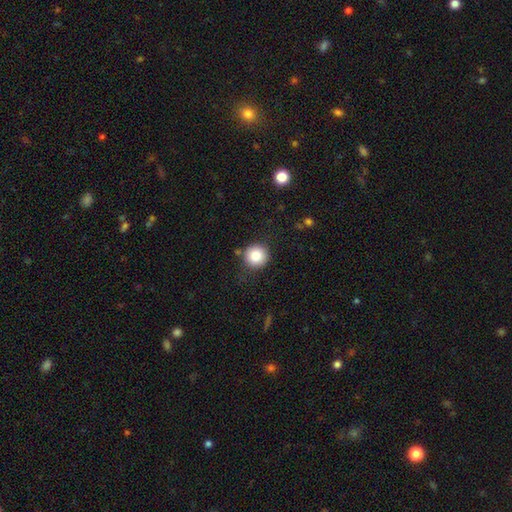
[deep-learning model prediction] A smooth galaxy with no disk features (84%) that is round (94%). Merging: none (83%).